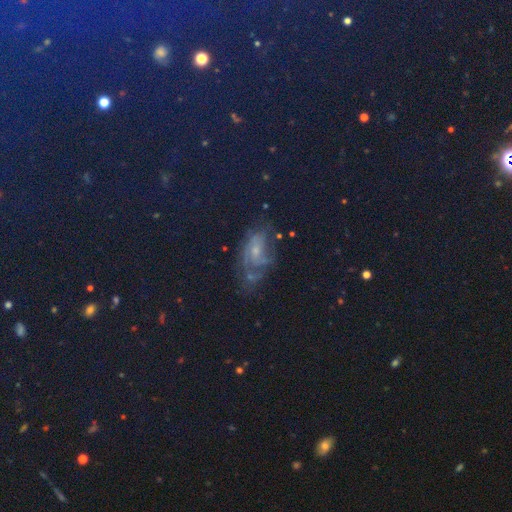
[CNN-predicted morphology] This is marginally a star or artifact rather than a galaxy (42%).